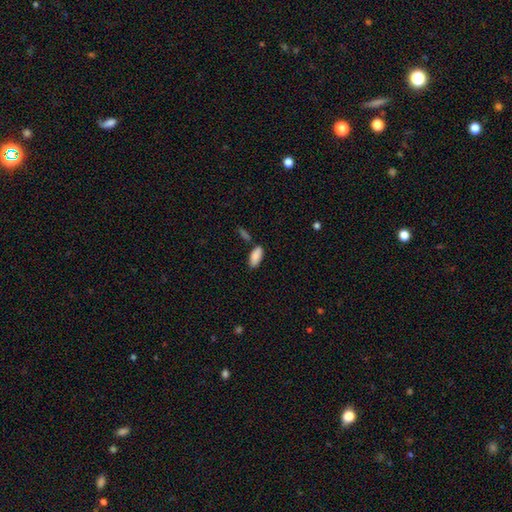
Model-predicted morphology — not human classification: This appears to be a smooth galaxy with no disk features (88%) that is in between round and cigar-shaped (88%). Merging: none (79%).